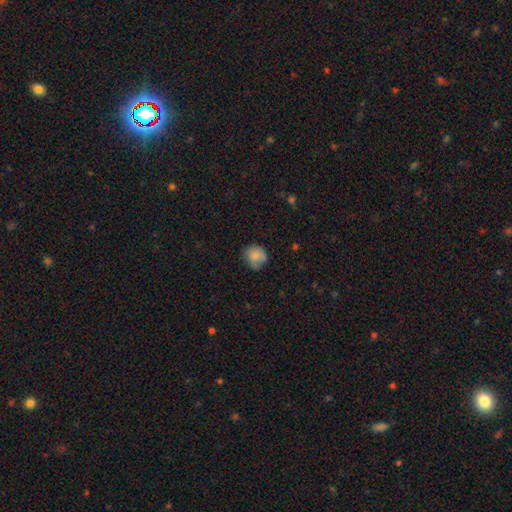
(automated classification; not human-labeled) Smooth or featured?
  - smooth: 82% *
  - featured or disk: 9%
  - star or artifact: 9%
How rounded?
  - round: 82% *
  - in between: 17%
  - cigar-shaped: 1%
Merging?
  - none: 65% *
  - minor disturbance: 27%
  - major disturbance: 6%
  - merger: 2%